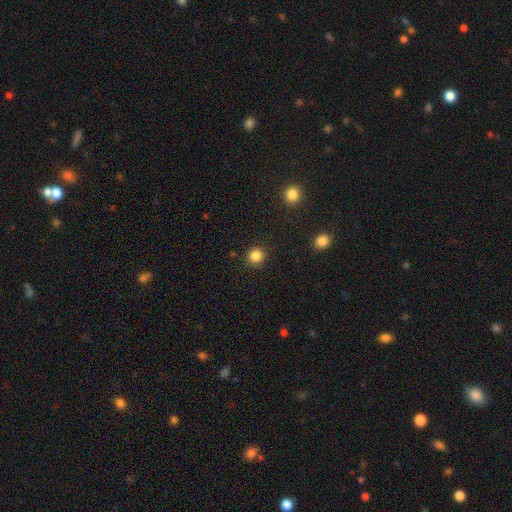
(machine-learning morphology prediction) Smooth or featured? Predicted: smooth (p=0.85). How rounded? Predicted: round (p=0.92). Merging? Predicted: none (p=0.90).